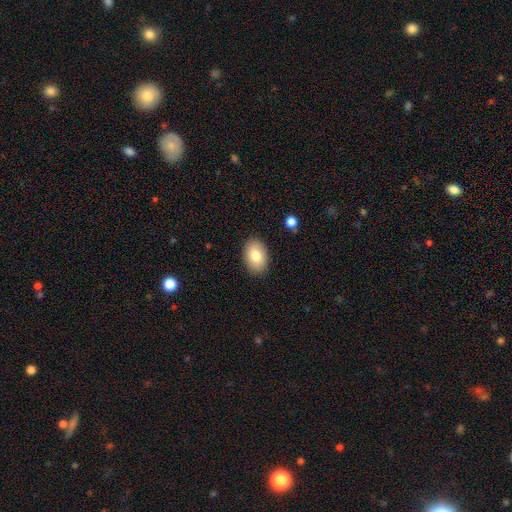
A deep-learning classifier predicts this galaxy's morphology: Overall: smooth (81%). How rounded: in between (83%). Merging: none (88%).